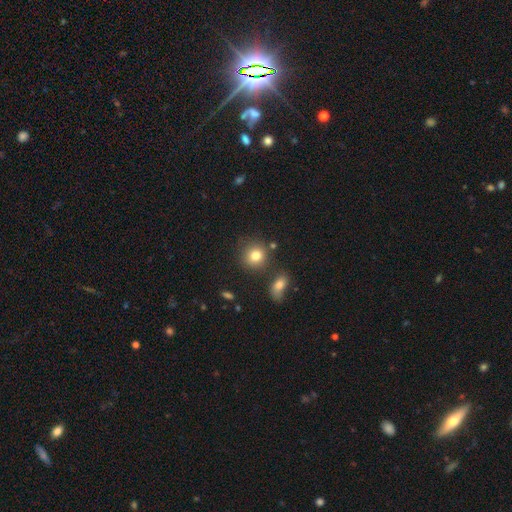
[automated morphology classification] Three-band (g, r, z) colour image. It shows a smooth galaxy with no disk features (82%) that is round (84%). Merging: none (76%).